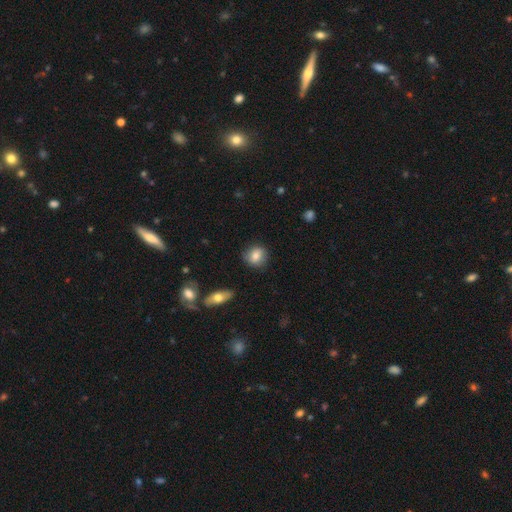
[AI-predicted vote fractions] Smooth or featured?
  - smooth: 80% *
  - featured or disk: 12%
  - star or artifact: 8%
How rounded?
  - round: 77% *
  - in between: 22%
  - cigar-shaped: 2%
Merging?
  - none: 84% *
  - minor disturbance: 12%
  - major disturbance: 3%
  - merger: 2%